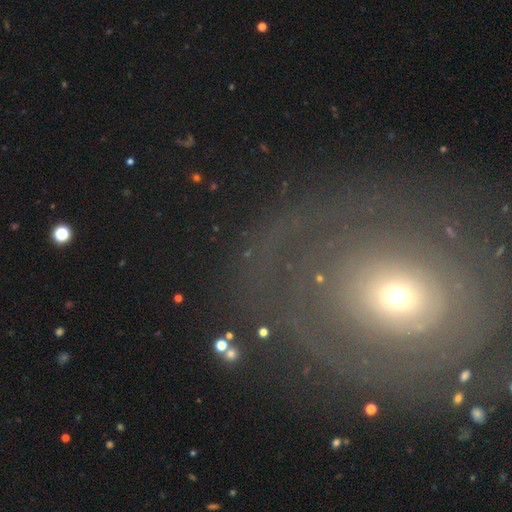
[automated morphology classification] smooth-or-featured: featured or disk: 51% | smooth: 31% | star or artifact: 18%
  disk-edge-on: no: 95% | yes: 5%
  merging: none: 78% | minor disturbance: 11% | major disturbance: 9% | merger: 2%